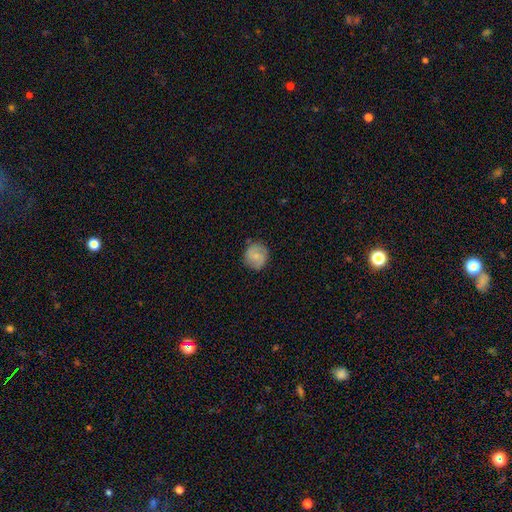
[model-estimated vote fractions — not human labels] Smooth or featured: smooth — 70% (featured or disk — 22%)
How rounded: round — 86% (in between — 13%)
Merging: none — 79% (minor disturbance — 16%)